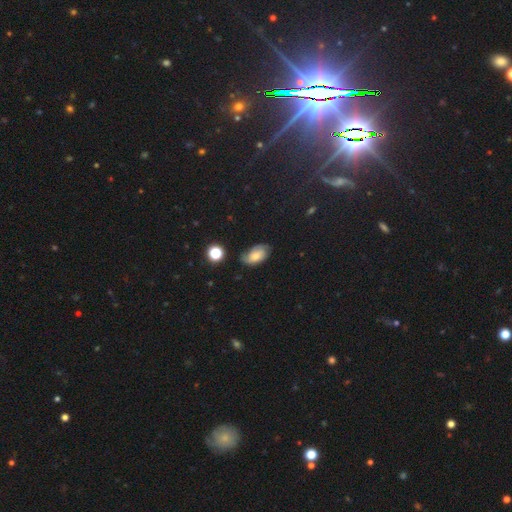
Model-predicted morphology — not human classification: Smooth or featured? Predicted: smooth (p=0.59). How rounded? Predicted: in between (p=0.91). Merging? Predicted: none (p=0.61).